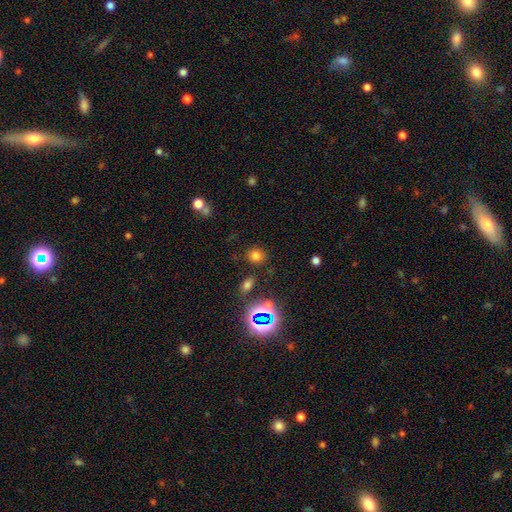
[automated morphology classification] This is likely a smooth galaxy (72%). How rounded: likely round (79%). Merging: clearly none (83%).